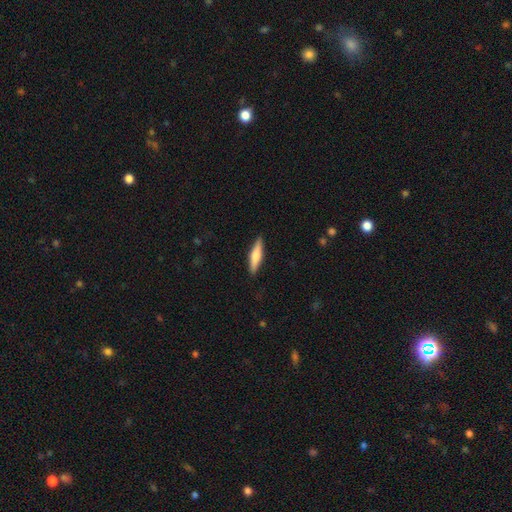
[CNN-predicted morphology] type=smooth (57%); roundness=cigar-shaped (78%); merging=none (89%).